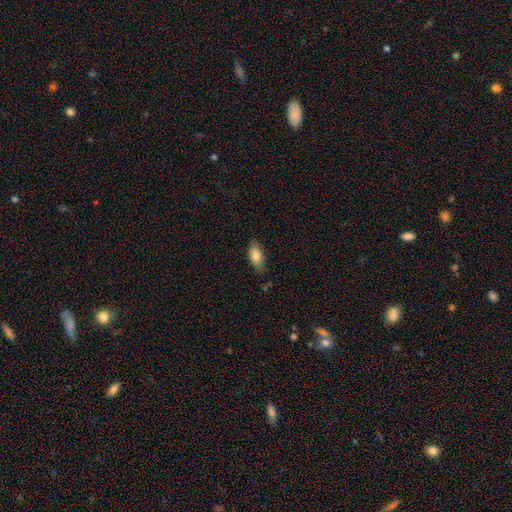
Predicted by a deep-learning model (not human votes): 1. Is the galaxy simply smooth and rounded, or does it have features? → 81% smooth, 12% featured or disk, 7% star or artifact.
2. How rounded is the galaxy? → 86% in between, 12% cigar-shaped, 3% round.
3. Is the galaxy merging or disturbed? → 76% none, 19% minor disturbance, 3% major disturbance, 2% merger.